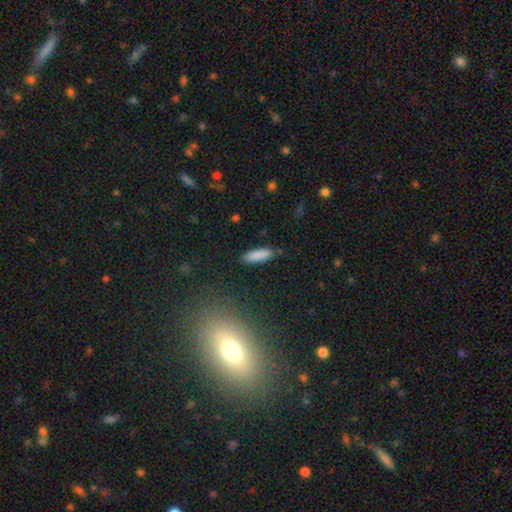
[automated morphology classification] Smooth or featured?
  - smooth: 87% *
  - star or artifact: 7%
  - featured or disk: 6%
How rounded?
  - cigar-shaped: 53% *
  - in between: 45%
  - round: 2%
Merging?
  - none: 87% *
  - minor disturbance: 9%
  - major disturbance: 2%
  - merger: 2%